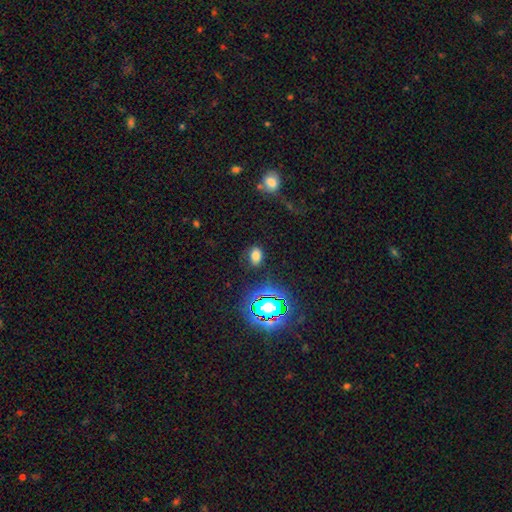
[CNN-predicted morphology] type=smooth (71%); roundness=in between (78%); merging=none (77%).